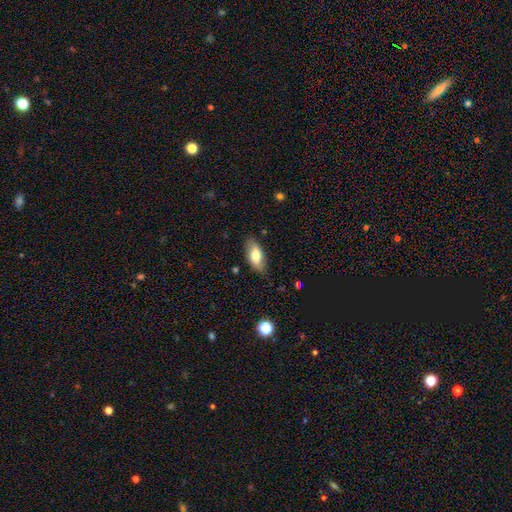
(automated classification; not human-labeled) Overall: smooth (70%). How rounded: in between (89%). Merging: none (83%).